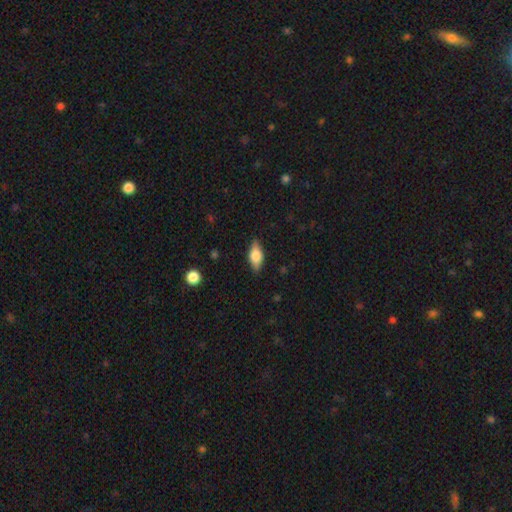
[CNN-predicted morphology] Smooth or featured: smooth — 63% (featured or disk — 30%)
How rounded: in between — 81% (cigar-shaped — 14%)
Merging: none — 84% (minor disturbance — 13%)